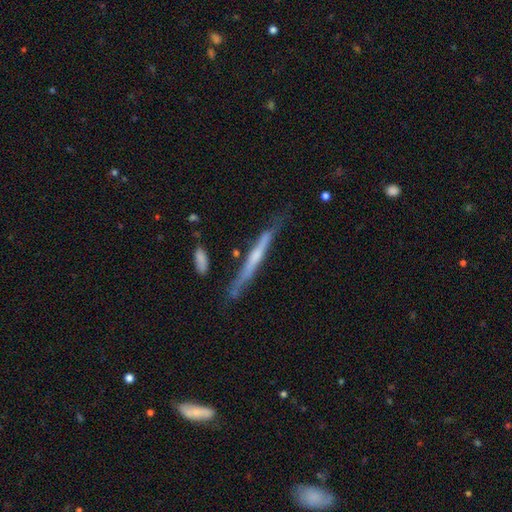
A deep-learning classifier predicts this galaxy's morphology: This is likely a featured or disk galaxy (63%). It is clearly viewed edge-on (94%). Edge-on bulge: possibly none (51%). Merging: likely none (70%).